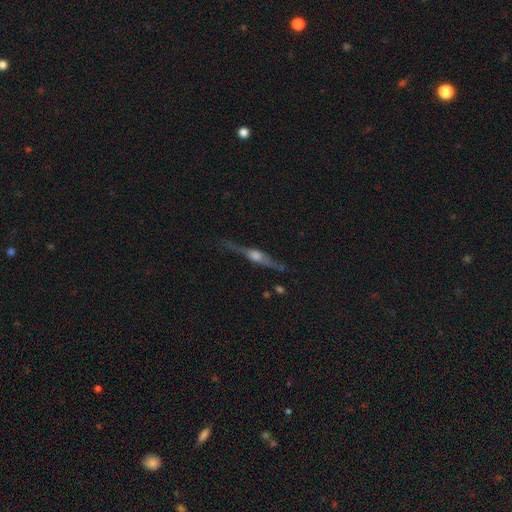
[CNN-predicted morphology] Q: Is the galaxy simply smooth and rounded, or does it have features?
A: featured or disk — 82%.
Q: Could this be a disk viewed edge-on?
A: yes — 97%.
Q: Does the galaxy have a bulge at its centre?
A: rounded — 90%.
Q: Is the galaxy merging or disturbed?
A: none — 82%.